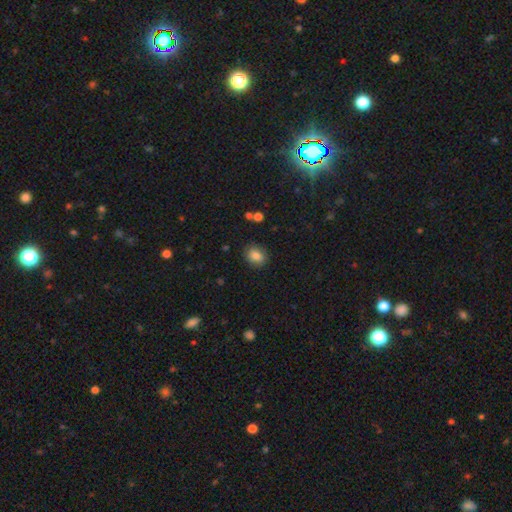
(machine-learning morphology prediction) This appears to be a smooth galaxy with no disk features (85%) that is in between round and cigar-shaped (50%). Merging: none (87%).